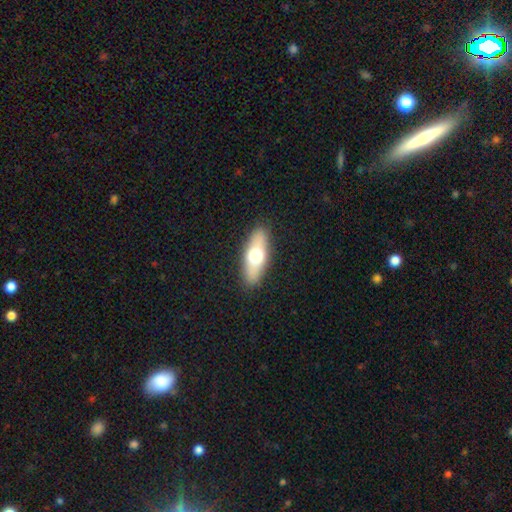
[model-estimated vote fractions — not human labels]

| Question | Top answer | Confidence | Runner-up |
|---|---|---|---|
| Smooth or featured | smooth | 61% | featured or disk (33%) |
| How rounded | in between | 65% | cigar-shaped (31%) |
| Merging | none | 89% | minor disturbance (8%) |